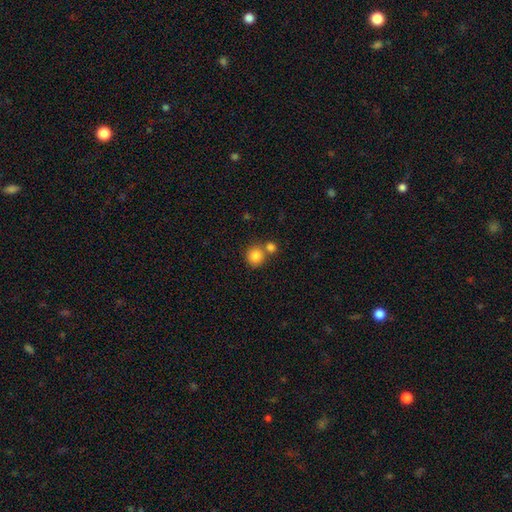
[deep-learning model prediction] This appears to be a smooth galaxy with no disk features (84%) that is round (90%). Merging: none (57%).